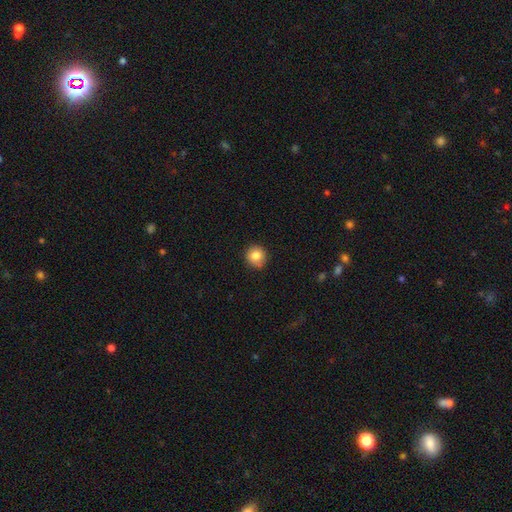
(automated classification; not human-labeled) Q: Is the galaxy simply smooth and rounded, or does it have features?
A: smooth — 83%.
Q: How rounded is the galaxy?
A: round — 91%.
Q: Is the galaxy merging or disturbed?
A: none — 84%.